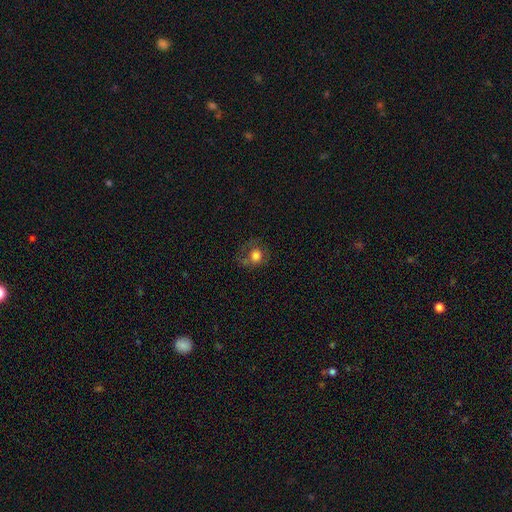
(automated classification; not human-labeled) A smooth galaxy with no disk features (67%) that is round (77%).

Vote fractions:
- Smooth or featured? smooth: 67% / featured or disk: 21% / star or artifact: 12%
- How rounded? round: 77% / in between: 22% / cigar-shaped: 1%
- Merging? none: 54% / minor disturbance: 22% / major disturbance: 21% / merger: 3%